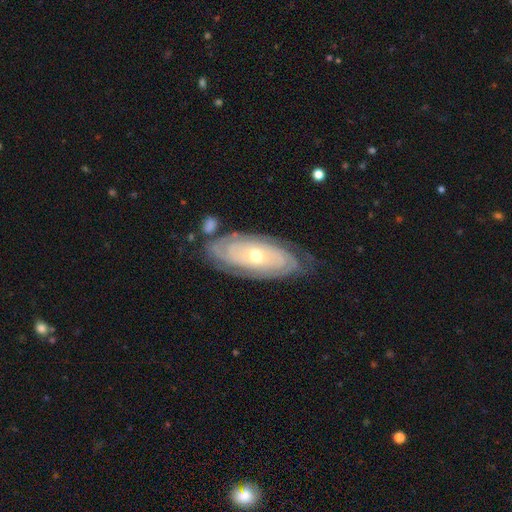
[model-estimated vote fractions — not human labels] featured or disk 83%, smooth 12%, star or artifact 5%. Down the decision tree: edge-on disk — no (91%); bar — no (80%); spiral arms — yes (91%); spiral arm count — can't tell (48%); spiral winding — tight (84%); bulge size — moderate (53%); merging — none (75%).